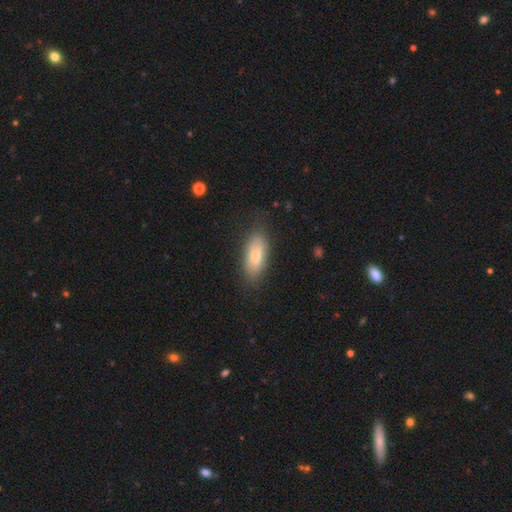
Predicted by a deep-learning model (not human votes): Smooth or featured?
  - smooth: 69% *
  - featured or disk: 24%
  - star or artifact: 7%
How rounded?
  - in between: 74% *
  - cigar-shaped: 23%
  - round: 3%
Merging?
  - none: 76% *
  - minor disturbance: 18%
  - major disturbance: 5%
  - merger: 1%